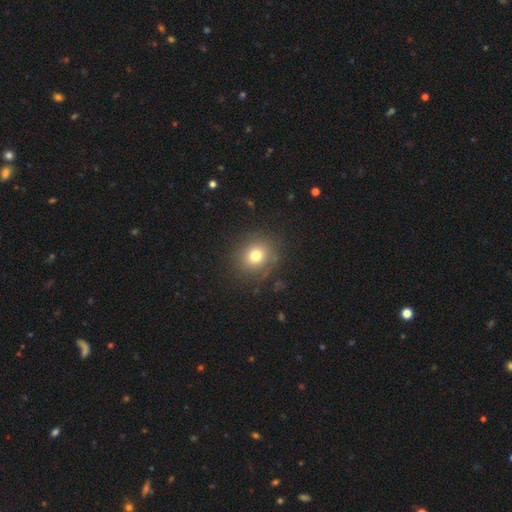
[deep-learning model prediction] This is likely a smooth galaxy (76%). How rounded: clearly round (81%). Merging: clearly none (84%).